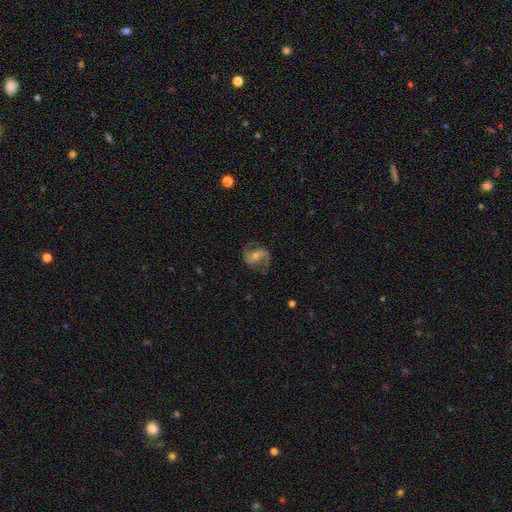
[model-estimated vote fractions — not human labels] smooth_or_featured: featured or disk (p=0.85) [alt: smooth p=0.08]
disk_edge_on: no (p=0.97) [alt: yes p=0.03]
bar: weak (p=0.41) [alt: no p=0.34]
has_spiral_arms: yes (p=0.96) [alt: no p=0.04]
spiral_winding: medium (p=0.50) [alt: loose p=0.35]
spiral_arm_count: 2 (p=0.92) [alt: can't tell p=0.03]
bulge_size: small (p=0.51) [alt: moderate p=0.42]
merging: none (p=0.79) [alt: minor disturbance p=0.13]